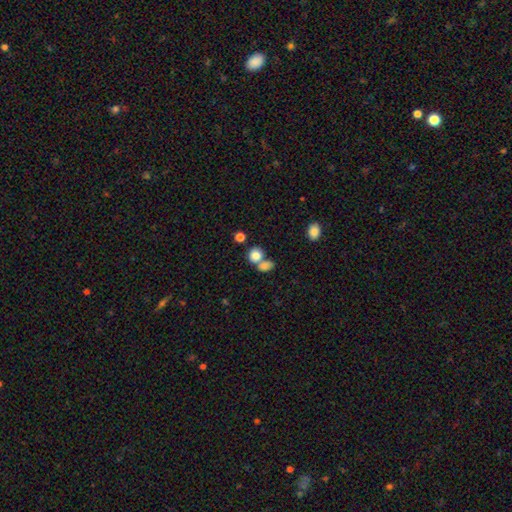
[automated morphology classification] smooth-or-featured: smooth: 82% | star or artifact: 10% | featured or disk: 8%
  how-rounded: round: 74% | in between: 25% | cigar-shaped: 1%
  merging: merger: 47% | none: 42% | minor disturbance: 8% | major disturbance: 4%